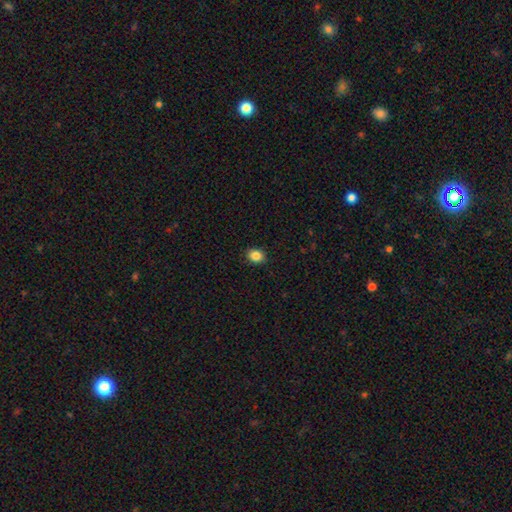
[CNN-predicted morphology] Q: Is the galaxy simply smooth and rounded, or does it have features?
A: smooth — 86%.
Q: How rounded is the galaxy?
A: round — 54%.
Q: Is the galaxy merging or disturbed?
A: none — 91%.